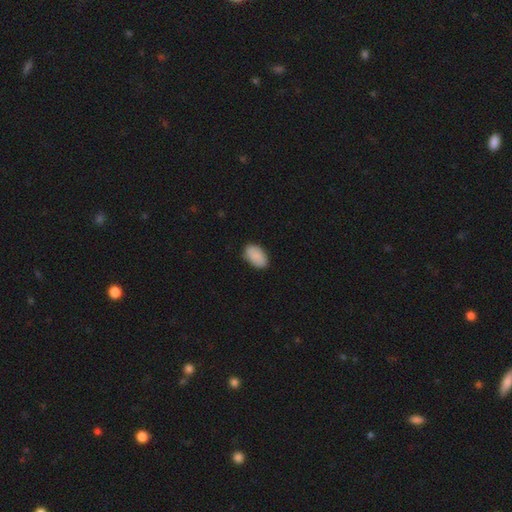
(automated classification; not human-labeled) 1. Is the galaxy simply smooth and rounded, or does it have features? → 90% smooth, 6% star or artifact, 4% featured or disk.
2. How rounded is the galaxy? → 95% in between, 4% round, 1% cigar-shaped.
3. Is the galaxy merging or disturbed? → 86% none, 11% minor disturbance, 2% major disturbance, 1% merger.